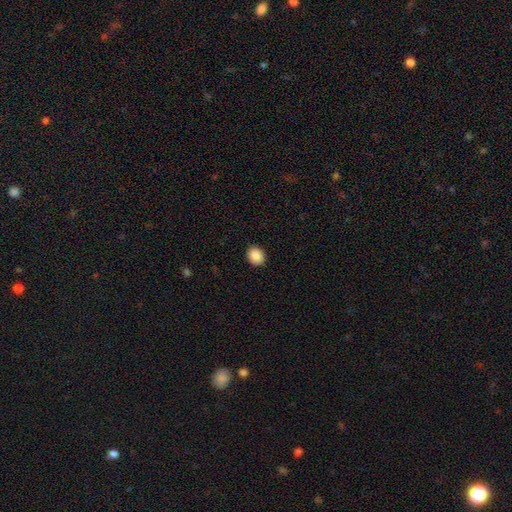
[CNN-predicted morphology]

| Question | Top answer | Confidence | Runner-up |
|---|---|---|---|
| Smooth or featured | smooth | 89% | star or artifact (8%) |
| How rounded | round | 56% | in between (43%) |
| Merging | none | 91% | minor disturbance (6%) |